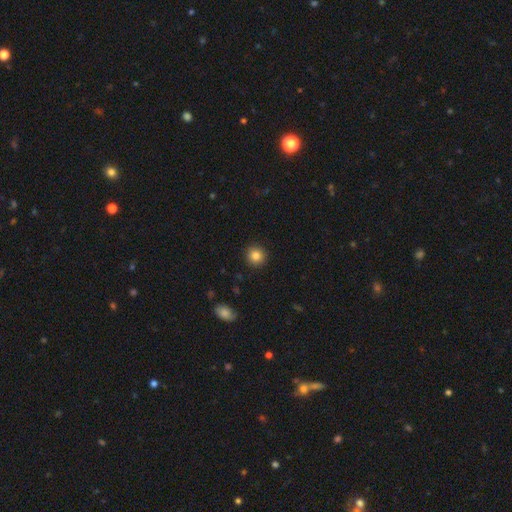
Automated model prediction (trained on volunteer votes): Morphology: type=smooth (84%); roundness=round (92%); merging=none (92%).